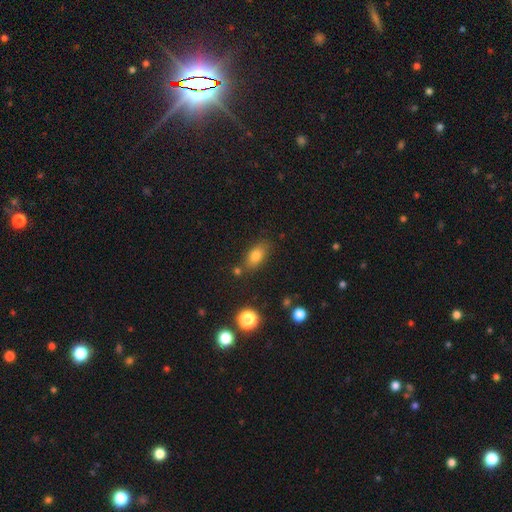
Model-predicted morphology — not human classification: A smooth galaxy with no disk features (78%) that is in between round and cigar-shaped (82%). Merging: none (74%).